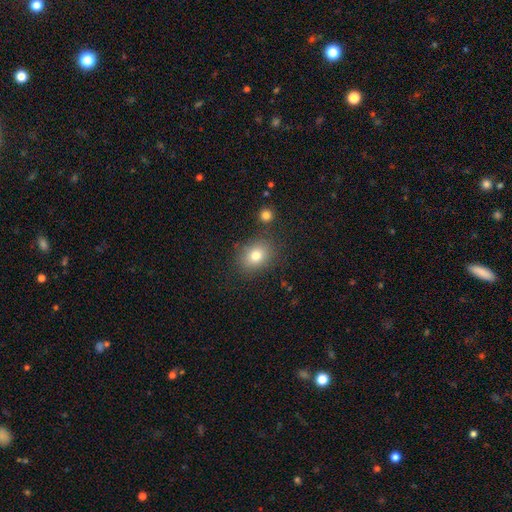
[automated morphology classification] smooth_or_featured: smooth (p=0.78) [alt: star or artifact p=0.12]
how_rounded: in between (p=0.54) [alt: round p=0.46]
merging: none (p=0.81) [alt: minor disturbance p=0.11]